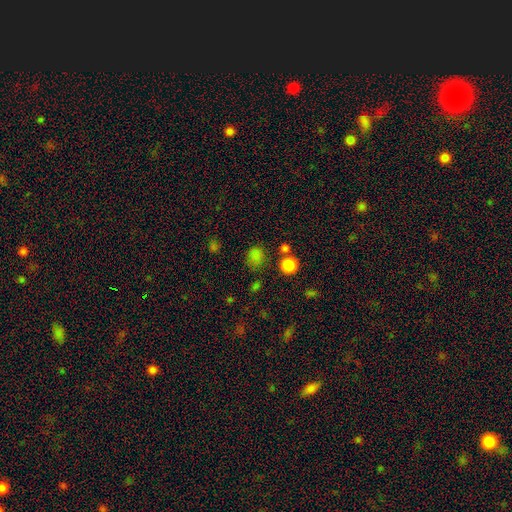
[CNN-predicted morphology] Q: Smooth or featured?
A: smooth (77%); runner-up: star or artifact (19%)
Q: How rounded?
A: round (70%); runner-up: in between (29%)
Q: Merging?
A: none (71%); runner-up: minor disturbance (16%)